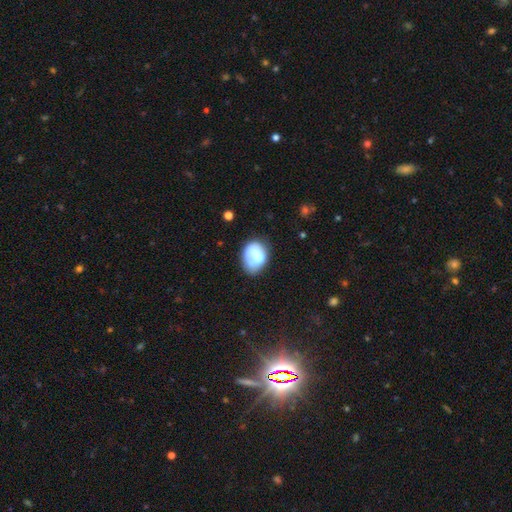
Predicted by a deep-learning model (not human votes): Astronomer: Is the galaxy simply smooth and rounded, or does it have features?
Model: smooth — 75%.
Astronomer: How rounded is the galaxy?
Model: in between — 71%.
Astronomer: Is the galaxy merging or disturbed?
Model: none — 56%.